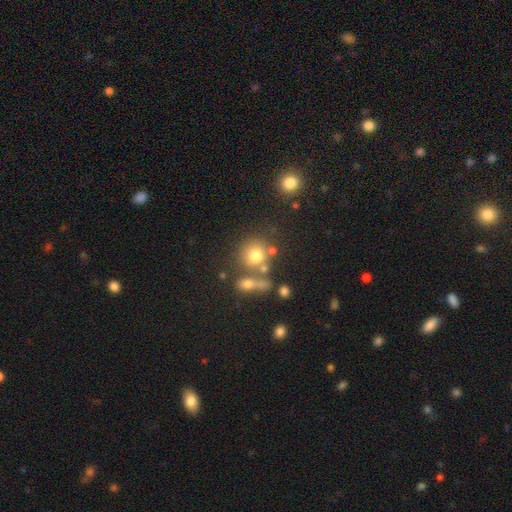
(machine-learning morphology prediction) Overall: smooth (71%). How rounded: round (85%). Merging: none (55%; merger 27%).